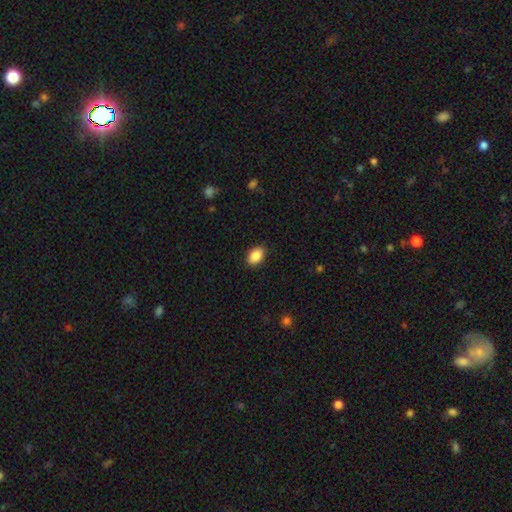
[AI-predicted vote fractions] Morphology: type=smooth (89%); roundness=in between (89%); merging=none (89%).